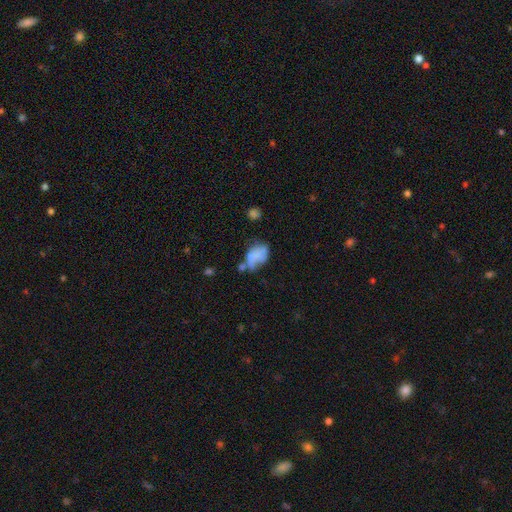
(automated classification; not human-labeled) Q: Smooth or featured?
A: smooth (61%); runner-up: featured or disk (28%)
Q: How rounded?
A: in between (84%); runner-up: round (14%)
Q: Merging?
A: major disturbance (28%); runner-up: minor disturbance (26%)